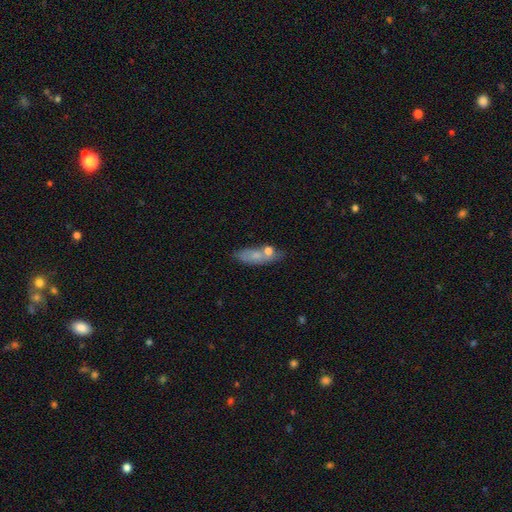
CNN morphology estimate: type=smooth (59%); roundness=in between (62%); merging=none (58%).